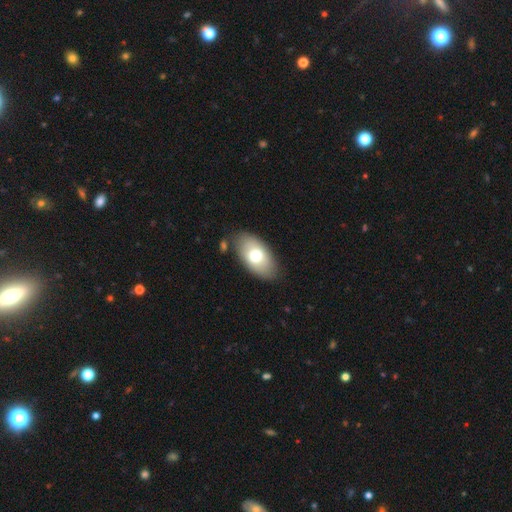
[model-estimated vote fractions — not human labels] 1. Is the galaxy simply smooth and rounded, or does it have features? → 70% smooth, 23% featured or disk, 7% star or artifact.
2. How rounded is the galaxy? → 94% in between, 4% round, 2% cigar-shaped.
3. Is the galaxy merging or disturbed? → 81% none, 12% minor disturbance, 3% merger, 3% major disturbance.